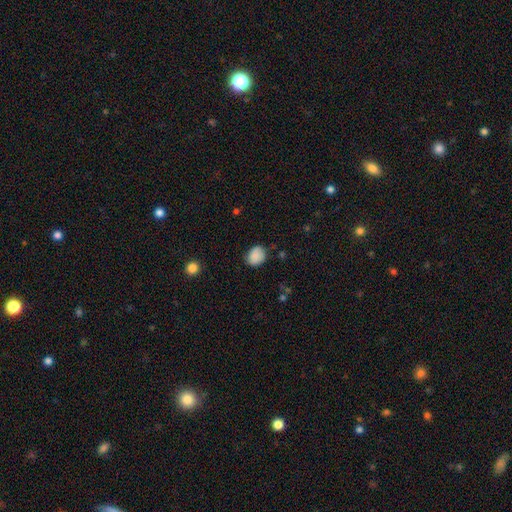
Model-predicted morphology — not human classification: A smooth galaxy with no disk features (86%) that is round (50%).

Vote fractions:
- Smooth or featured? smooth: 86% / star or artifact: 9% / featured or disk: 5%
- How rounded? round: 50% / in between: 49% / cigar-shaped: 1%
- Merging? none: 73% / minor disturbance: 21% / major disturbance: 4% / merger: 2%